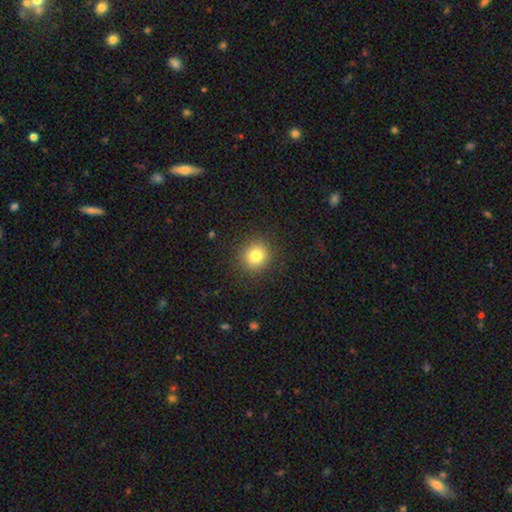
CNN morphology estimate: Smooth or featured: smooth — 80% (star or artifact — 12%)
How rounded: round — 91% (in between — 8%)
Merging: none — 90% (minor disturbance — 6%)